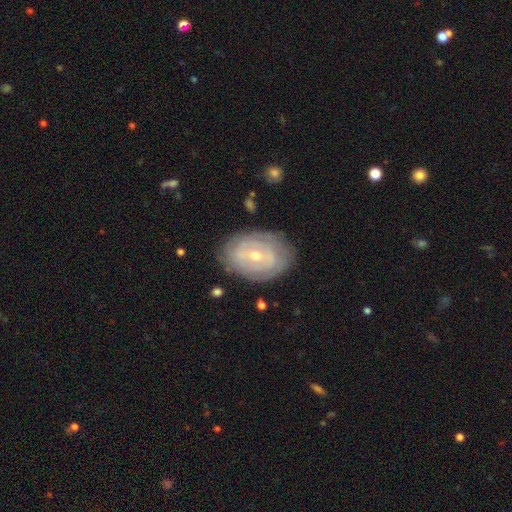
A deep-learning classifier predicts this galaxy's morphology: This is likely a featured or disk galaxy (76%). It is clearly not viewed edge-on (96%). Bar: possibly no (46%). Spiral arm pattern: likely yes (74%). Spiral arm count: possibly can't tell (53%). Spiral winding: likely tight (76%). Central bulge: possibly small (49%). Merging: likely none (78%).